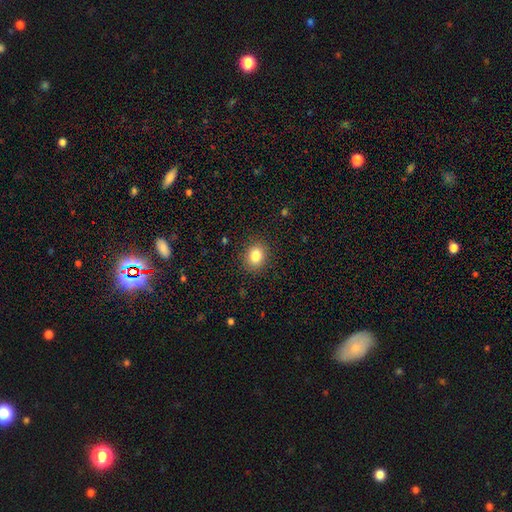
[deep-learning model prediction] smooth-or-featured: smooth: 83% | star or artifact: 10% | featured or disk: 7%
  how-rounded: round: 58% | in between: 41% | cigar-shaped: 1%
  merging: none: 88% | minor disturbance: 8% | major disturbance: 3% | merger: 1%